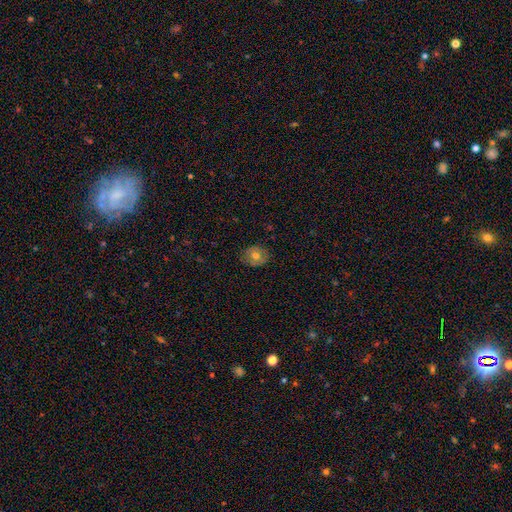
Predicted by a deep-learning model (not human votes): A smooth galaxy with no disk features (67%) that is round (61%). Merging: none (82%).